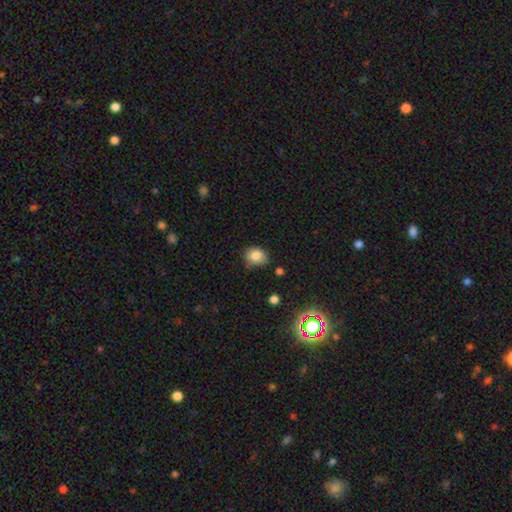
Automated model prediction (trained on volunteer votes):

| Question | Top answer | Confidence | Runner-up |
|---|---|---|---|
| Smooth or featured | smooth | 82% | star or artifact (10%) |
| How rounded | round | 56% | in between (43%) |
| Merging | none | 71% | minor disturbance (22%) |